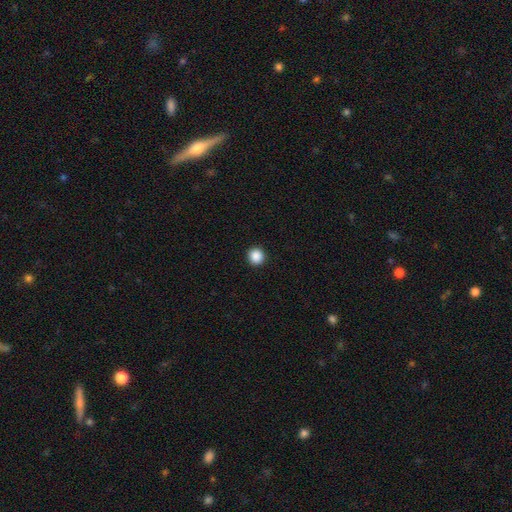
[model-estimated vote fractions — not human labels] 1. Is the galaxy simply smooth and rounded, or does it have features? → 88% smooth, 9% star or artifact, 2% featured or disk.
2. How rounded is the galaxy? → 93% round, 6% in between, 1% cigar-shaped.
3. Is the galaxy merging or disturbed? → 93% none, 4% minor disturbance, 1% major disturbance, 1% merger.